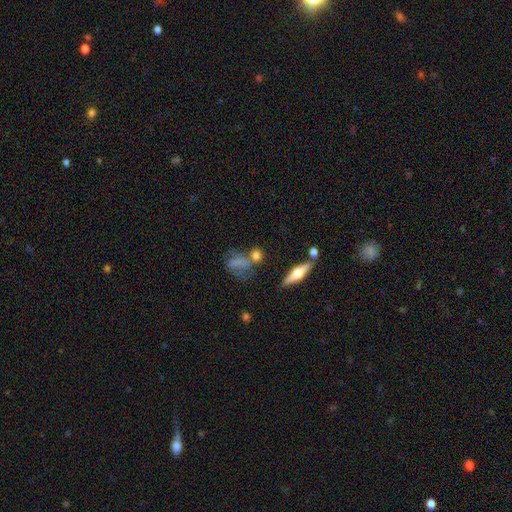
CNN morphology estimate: Smooth or featured: smooth — 65% (featured or disk — 21%)
How rounded: round — 47% (in between — 43%)
Merging: none — 53% (merger — 20%)